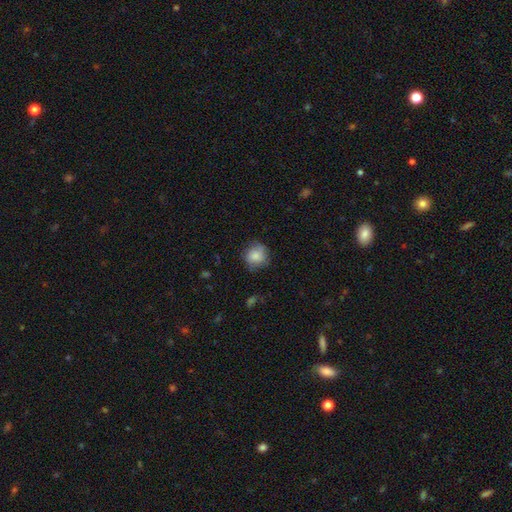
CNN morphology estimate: The model was most divided on "merging": none: 72%, minor disturbance: 21%, major disturbance: 6%, merger: 1%. More confident: how rounded — round (85%); smooth or featured — smooth (81%).